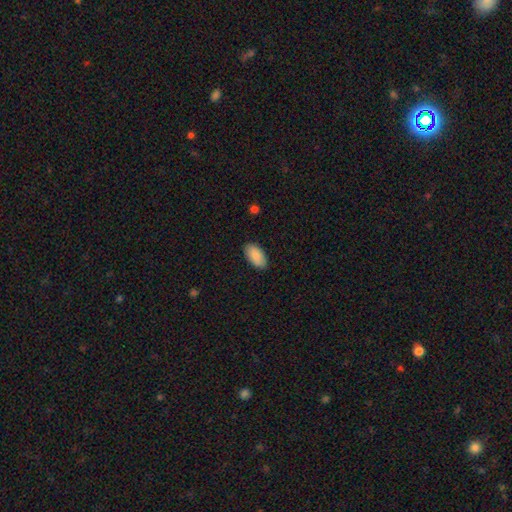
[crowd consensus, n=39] This is clearly a smooth galaxy (95%). How rounded: clearly in between (97%). Merging: clearly none (84%).